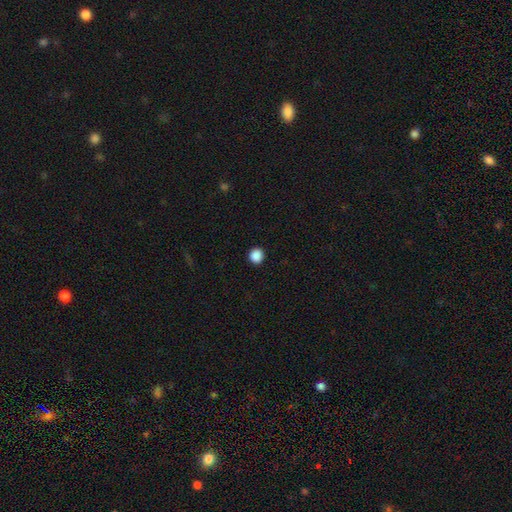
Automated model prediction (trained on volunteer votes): A smooth galaxy with no disk features (89%) that is round (92%).

Vote fractions:
- Smooth or featured? smooth: 89% / star or artifact: 9% / featured or disk: 2%
- How rounded? round: 92% / in between: 7% / cigar-shaped: 1%
- Merging? none: 93% / minor disturbance: 4% / major disturbance: 1% / merger: 1%